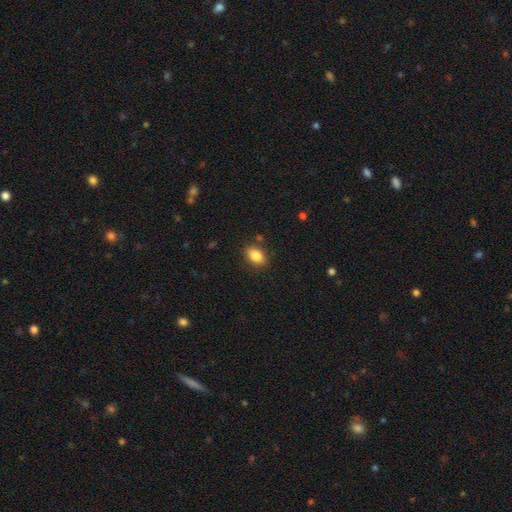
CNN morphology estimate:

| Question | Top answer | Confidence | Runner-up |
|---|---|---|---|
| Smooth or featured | smooth | 85% | star or artifact (8%) |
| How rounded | in between | 85% | round (14%) |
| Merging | none | 85% | minor disturbance (10%) |